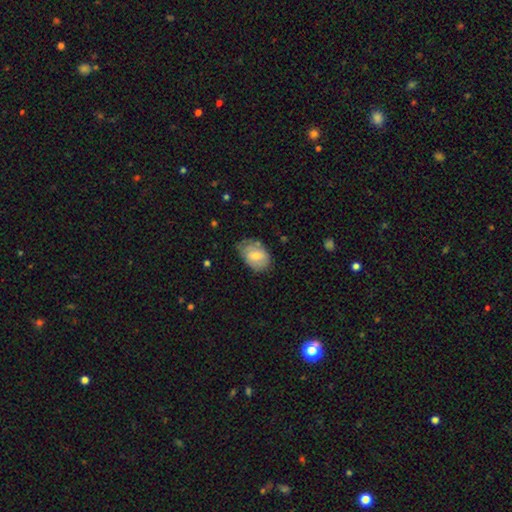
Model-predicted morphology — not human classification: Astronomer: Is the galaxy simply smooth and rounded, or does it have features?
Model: smooth — 66%.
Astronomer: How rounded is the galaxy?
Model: in between — 83%.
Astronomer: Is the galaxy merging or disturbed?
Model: none — 50% (runner-up: minor disturbance, 37%).